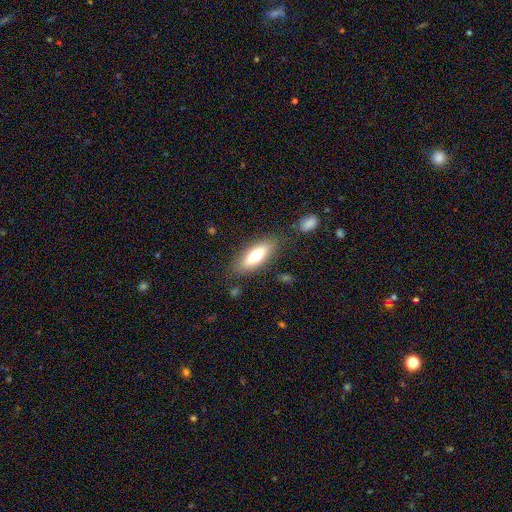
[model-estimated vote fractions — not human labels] smooth-or-featured: smooth: 67% | featured or disk: 26% | star or artifact: 7%
  how-rounded: in between: 61% | cigar-shaped: 36% | round: 2%
  merging: none: 81% | minor disturbance: 12% | major disturbance: 4% | merger: 3%